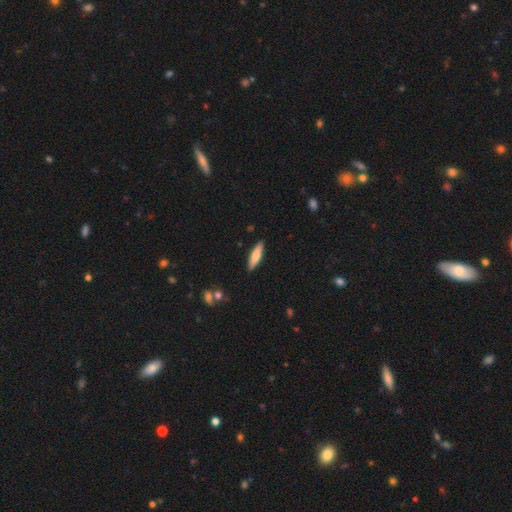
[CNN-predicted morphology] The model was most divided on "how rounded": cigar-shaped: 68%, in between: 31%, round: 2%. More confident: merging — none (88%); smooth or featured — smooth (72%).